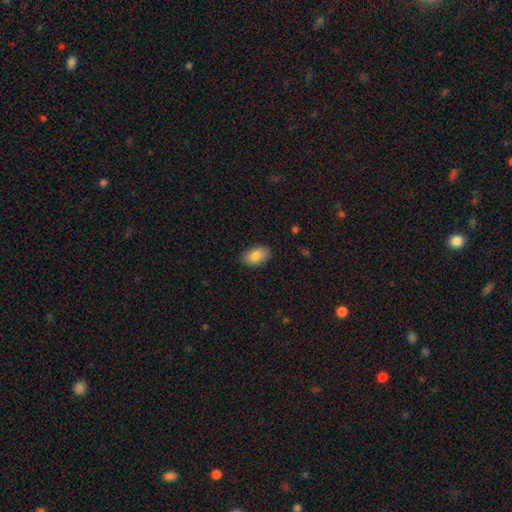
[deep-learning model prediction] Q: Smooth or featured?
A: smooth (85%); runner-up: featured or disk (8%)
Q: How rounded?
A: in between (92%); runner-up: round (6%)
Q: Merging?
A: none (85%); runner-up: minor disturbance (12%)